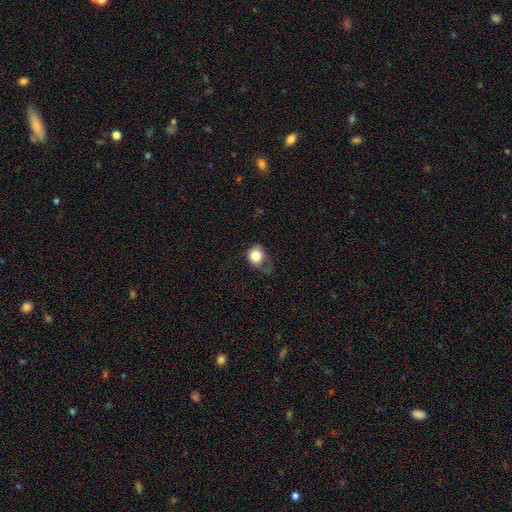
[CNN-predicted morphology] Q: Smooth or featured?
A: smooth (80%); runner-up: featured or disk (12%)
Q: How rounded?
A: round (69%); runner-up: in between (30%)
Q: Merging?
A: minor disturbance (35%); runner-up: none (34%)